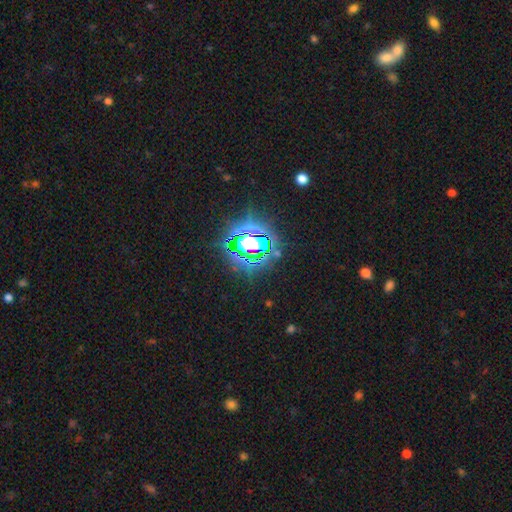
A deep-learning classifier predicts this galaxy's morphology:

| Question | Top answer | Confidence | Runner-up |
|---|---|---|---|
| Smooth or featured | star or artifact | 73% | smooth (15%) |